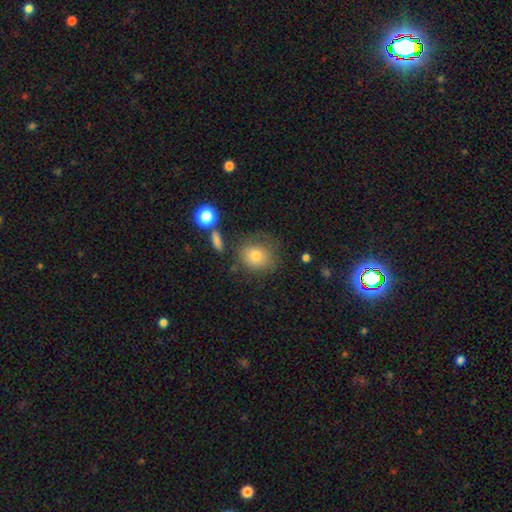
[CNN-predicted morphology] smooth-or-featured: smooth: 77% | featured or disk: 12% | star or artifact: 11%
  how-rounded: round: 77% | in between: 22% | cigar-shaped: 1%
  merging: none: 67% | minor disturbance: 19% | major disturbance: 9% | merger: 5%